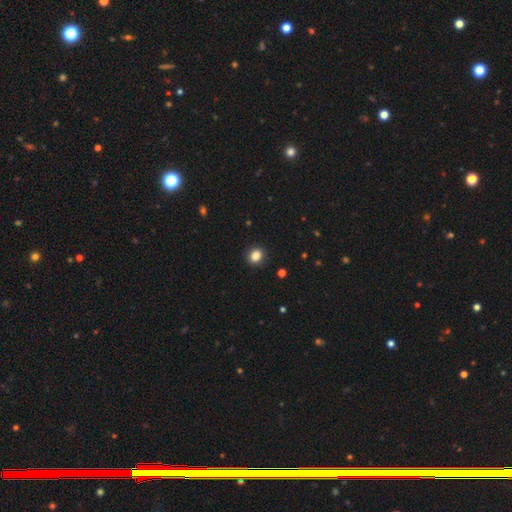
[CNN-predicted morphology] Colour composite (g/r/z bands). It shows a smooth galaxy with no disk features (86%) that is round (65%). Merging: none (90%).